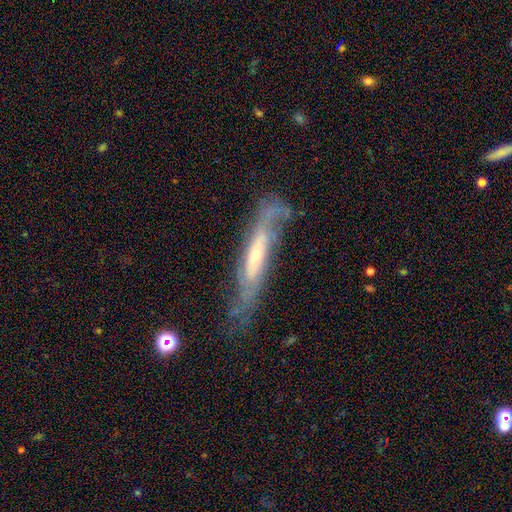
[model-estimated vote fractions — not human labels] Morphology: type=featured or disk (75%); edge-on=no (55%); merging=none (56%).